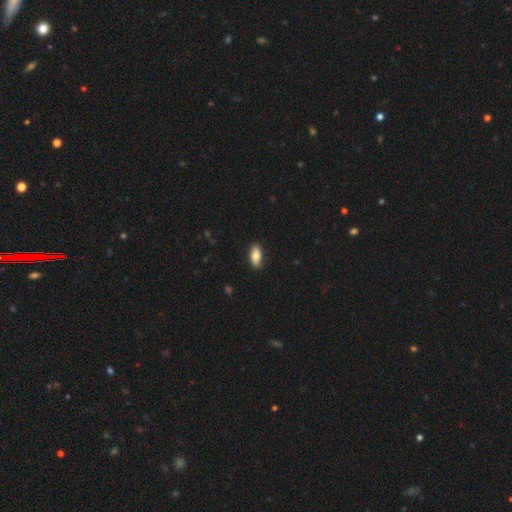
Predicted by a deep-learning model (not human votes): A smooth galaxy with no disk features (81%) that is in between round and cigar-shaped (87%).

Vote fractions:
- Smooth or featured? smooth: 81% / featured or disk: 13% / star or artifact: 6%
- How rounded? in between: 87% / cigar-shaped: 10% / round: 3%
- Merging? none: 88% / minor disturbance: 10% / major disturbance: 2% / merger: 1%